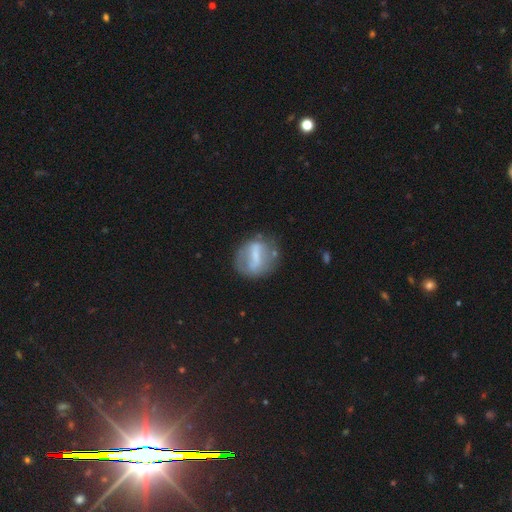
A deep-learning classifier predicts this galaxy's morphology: A featured or disk galaxy (54%). Merging: none (65%).